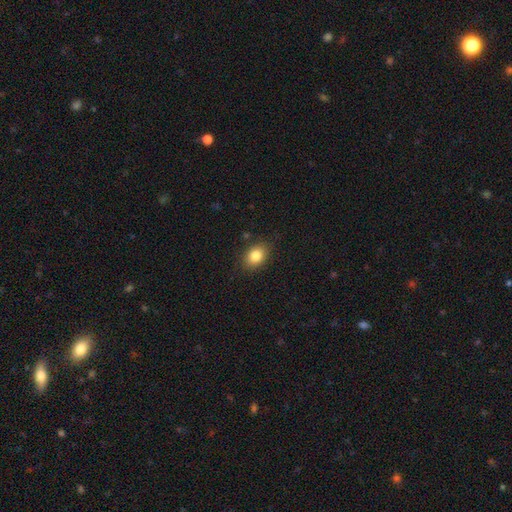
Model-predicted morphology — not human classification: smooth-or-featured: smooth: 84% | star or artifact: 9% | featured or disk: 7%
  how-rounded: in between: 70% | round: 29% | cigar-shaped: 1%
  merging: none: 85% | minor disturbance: 11% | major disturbance: 3% | merger: 1%